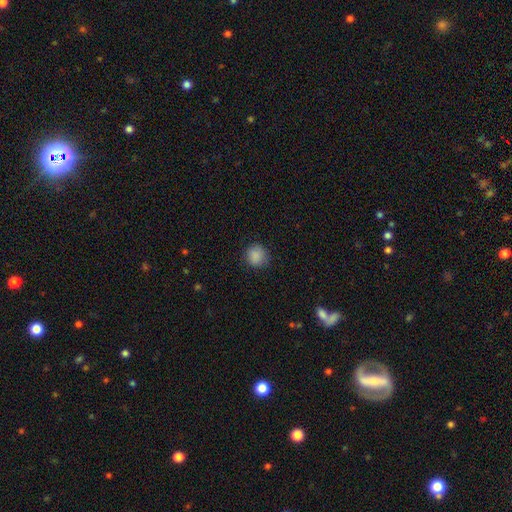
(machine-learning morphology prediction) A smooth galaxy with no disk features (87%) that is round (89%).

Vote fractions:
- Smooth or featured? smooth: 87% / star or artifact: 9% / featured or disk: 4%
- How rounded? round: 89% / in between: 10% / cigar-shaped: 1%
- Merging? none: 84% / minor disturbance: 12% / major disturbance: 3% / merger: 1%